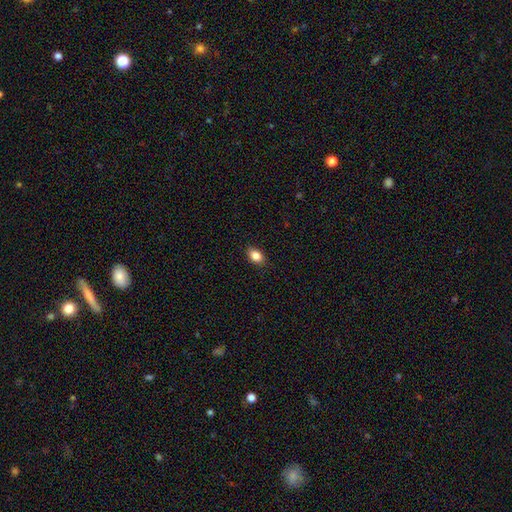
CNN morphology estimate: This is clearly a smooth galaxy (85%). How rounded: clearly in between (81%). Merging: clearly none (87%).